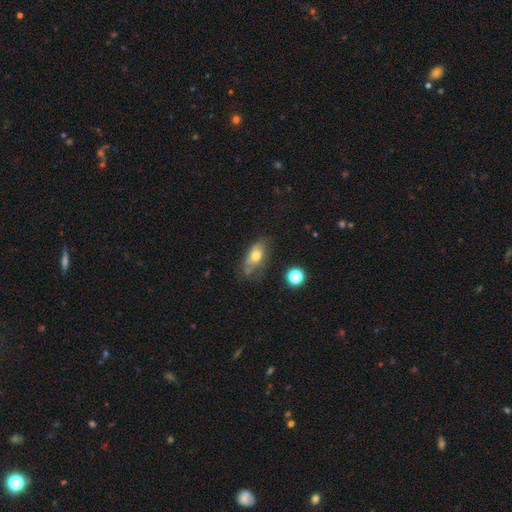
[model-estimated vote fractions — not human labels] A smooth galaxy with no disk features (60%) that is in between round and cigar-shaped (84%).

Vote fractions:
- Smooth or featured? smooth: 60% / featured or disk: 30% / star or artifact: 10%
- How rounded? in between: 84% / cigar-shaped: 9% / round: 7%
- Merging? none: 51% / minor disturbance: 32% / major disturbance: 13% / merger: 5%